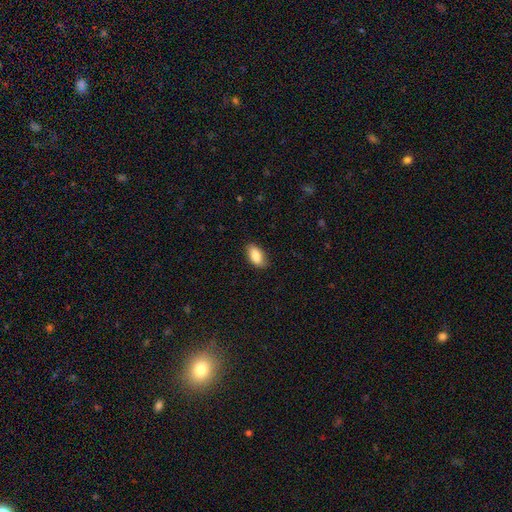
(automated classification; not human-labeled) The model was most divided on "merging": none: 85%, minor disturbance: 11%, major disturbance: 2%, merger: 1%. More confident: how rounded — in between (92%); smooth or featured — smooth (87%).